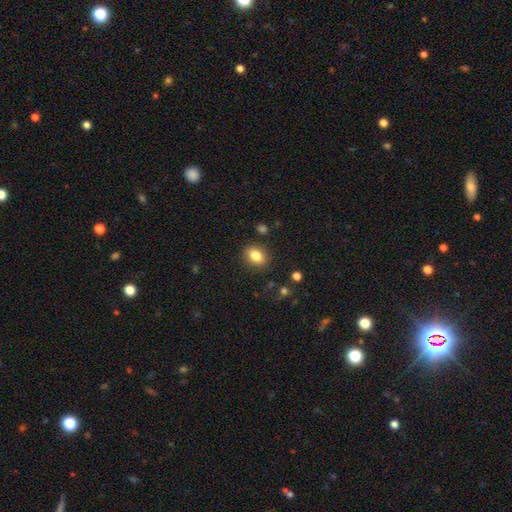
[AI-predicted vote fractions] Morphology: type=smooth (83%); roundness=in between (62%); merging=none (86%).